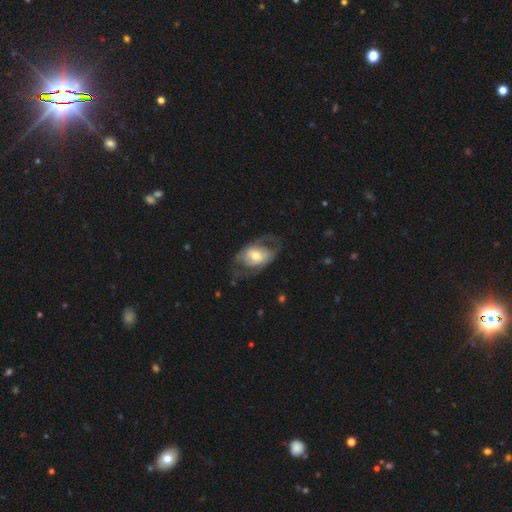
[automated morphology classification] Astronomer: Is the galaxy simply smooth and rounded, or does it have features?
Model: featured or disk — 54% (runner-up: smooth, 40%).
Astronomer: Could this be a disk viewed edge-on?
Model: no — 92%.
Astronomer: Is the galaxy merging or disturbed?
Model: none — 50% (runner-up: major disturbance, 26%).